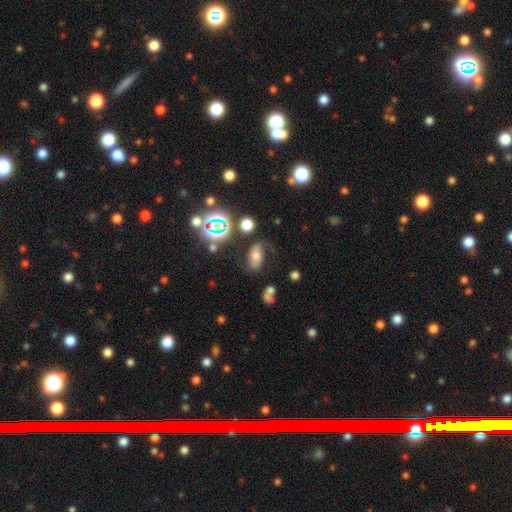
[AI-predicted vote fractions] The model was most divided on "smooth or featured": smooth: 40%, featured or disk: 37%, star or artifact: 23%. More confident: merging — none (58%).